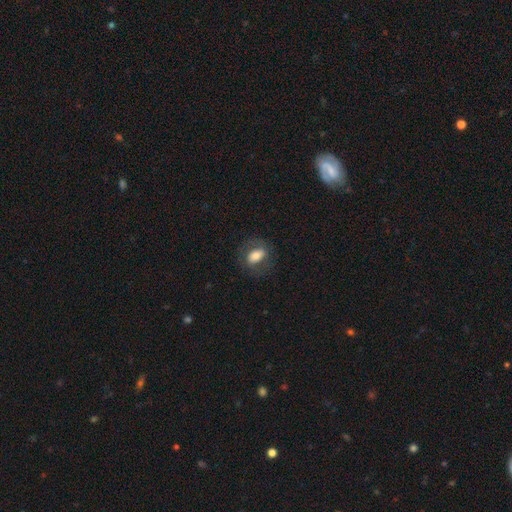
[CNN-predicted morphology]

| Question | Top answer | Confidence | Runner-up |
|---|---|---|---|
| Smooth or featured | smooth | 63% | featured or disk (29%) |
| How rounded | in between | 80% | round (17%) |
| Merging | none | 73% | minor disturbance (15%) |